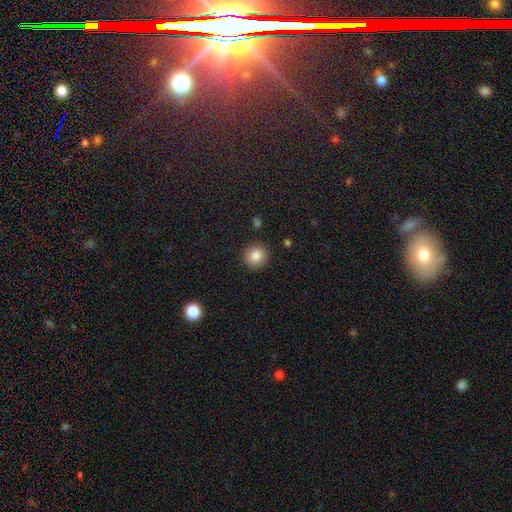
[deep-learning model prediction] This appears to be a smooth galaxy with no disk features (85%) that is round (91%). Merging: none (90%).